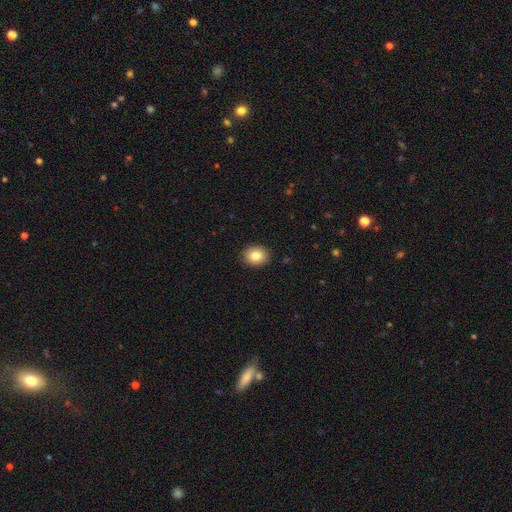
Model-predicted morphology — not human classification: A smooth galaxy with no disk features (83%) that is round (55%).

Vote fractions:
- Smooth or featured? smooth: 83% / star or artifact: 9% / featured or disk: 8%
- How rounded? round: 55% / in between: 45% / cigar-shaped: 1%
- Merging? none: 91% / minor disturbance: 6% / major disturbance: 2% / merger: 1%